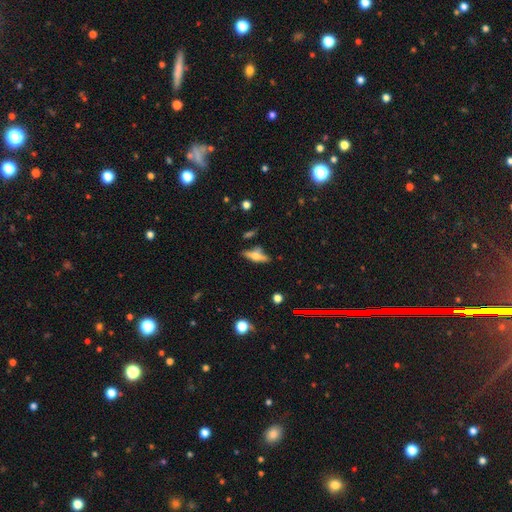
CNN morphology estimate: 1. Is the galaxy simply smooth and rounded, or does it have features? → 56% featured or disk, 35% smooth, 9% star or artifact.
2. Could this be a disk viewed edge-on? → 90% yes, 10% no.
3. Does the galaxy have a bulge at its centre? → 91% rounded, 6% boxy, 3% none.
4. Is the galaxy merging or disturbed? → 67% none, 18% minor disturbance, 10% merger, 6% major disturbance.